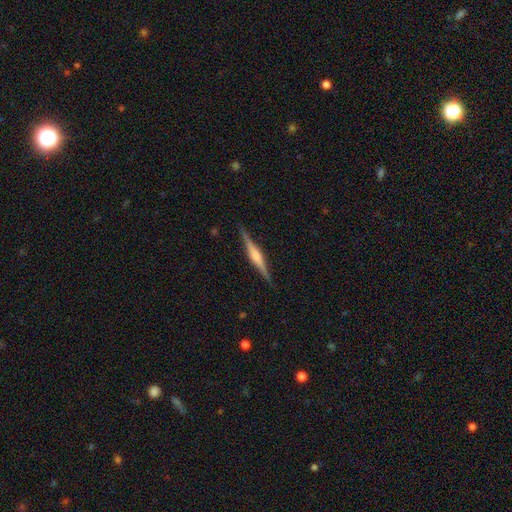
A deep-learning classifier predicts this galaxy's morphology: A featured or disk galaxy (75%) viewed edge-on (98%) with a rounded central bulge (64%). Merging: none (90%).